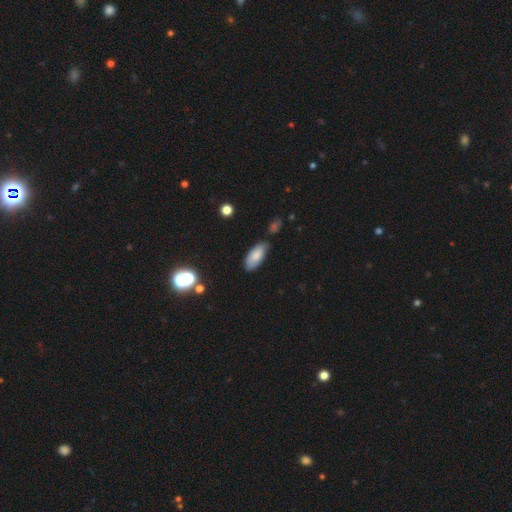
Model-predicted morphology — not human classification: smooth_or_featured: smooth (p=0.79) [alt: featured or disk p=0.13]
how_rounded: in between (p=0.87) [alt: cigar-shaped p=0.11]
merging: none (p=0.66) [alt: minor disturbance p=0.24]